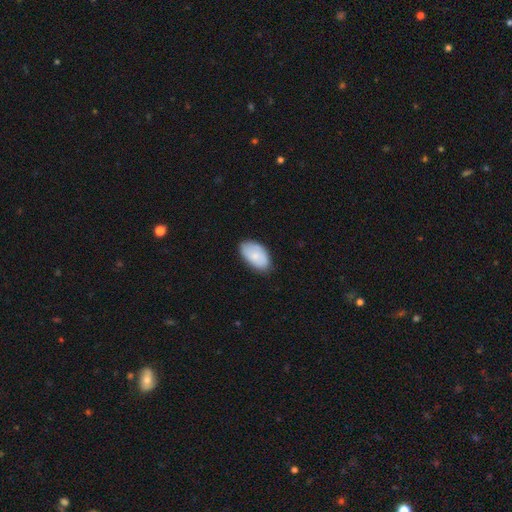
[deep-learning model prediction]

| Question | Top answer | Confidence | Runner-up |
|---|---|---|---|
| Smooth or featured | smooth | 78% | featured or disk (16%) |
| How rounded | in between | 94% | round (5%) |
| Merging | none | 78% | minor disturbance (18%) |